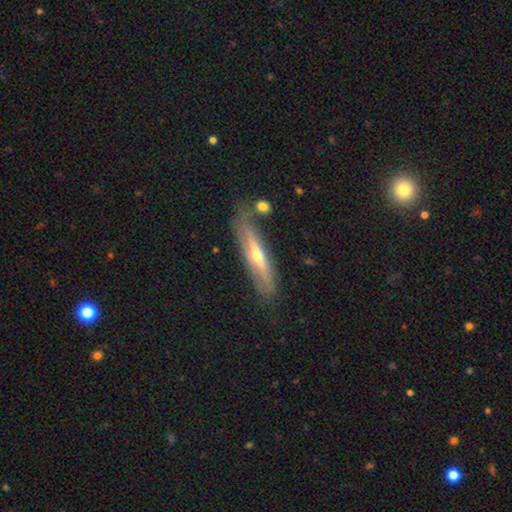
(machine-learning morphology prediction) A featured or disk galaxy (59%) viewed edge-on (81%). Merging: none (72%).